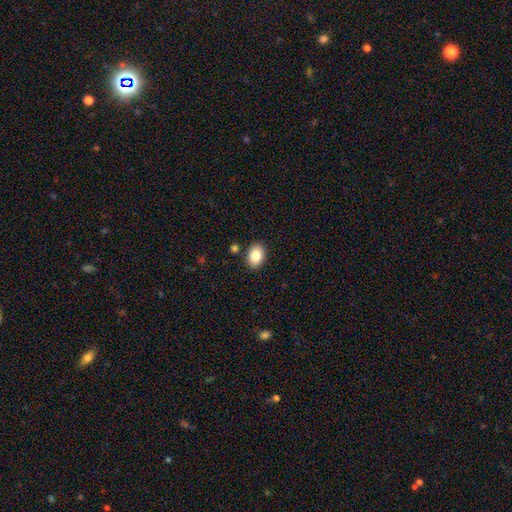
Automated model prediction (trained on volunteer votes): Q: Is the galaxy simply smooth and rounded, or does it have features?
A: smooth — 84%.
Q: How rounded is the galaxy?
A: in between — 78%.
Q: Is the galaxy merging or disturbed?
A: none — 87%.